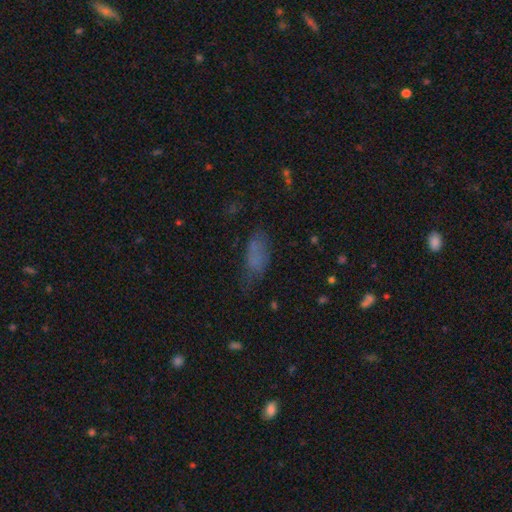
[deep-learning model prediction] Morphology: type=smooth (67%); roundness=in between (74%); merging=none (51%).